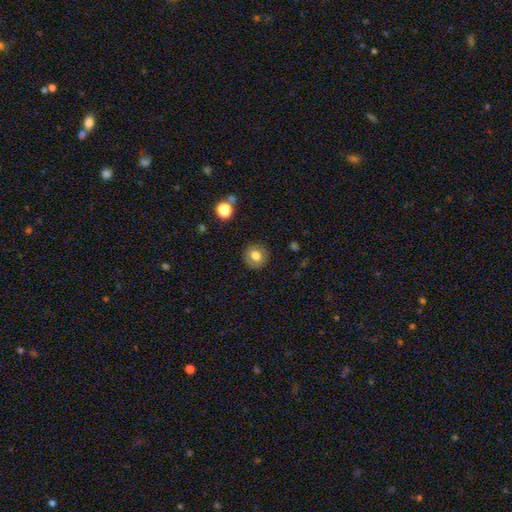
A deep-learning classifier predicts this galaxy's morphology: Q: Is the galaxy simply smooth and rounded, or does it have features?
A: smooth — 74%.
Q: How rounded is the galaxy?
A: round — 86%.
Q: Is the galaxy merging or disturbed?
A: none — 87%.